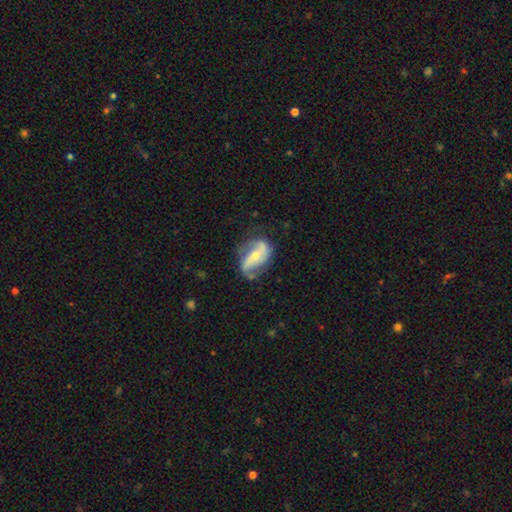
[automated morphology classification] A featured or disk galaxy (80%) with a strong bar (37%), 2 (84%) loose (55%) spiral arms (90%) and a moderate central bulge (48%).

Vote fractions:
- Smooth or featured? featured or disk: 80% / smooth: 14% / star or artifact: 6%
- Edge-on disk? no: 95% / yes: 5%
- Bar? strong: 37% / no: 32% / weak: 31%
- Spiral arms? yes: 90% / no: 10%
- Spiral winding? loose: 55% / medium: 32% / tight: 12%
- Spiral arm count? 2: 84% / can't tell: 6% / 1: 4% / 3: 3% / 4: 1% / more than 4: 1%
- Bulge size? moderate: 48% / small: 47% / large: 2% / none: 2% / dominant: 1%
- Merging? none: 58% / minor disturbance: 24% / major disturbance: 15% / merger: 3%